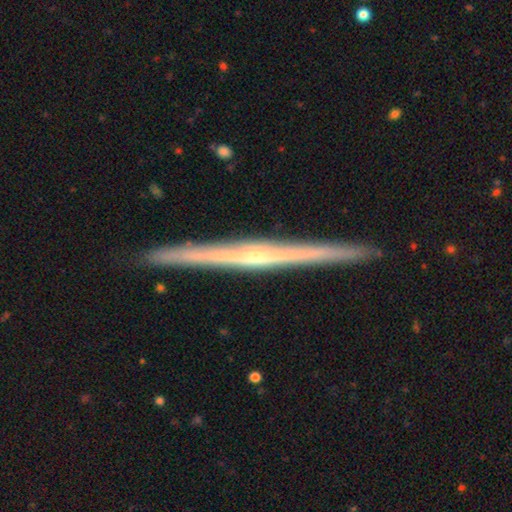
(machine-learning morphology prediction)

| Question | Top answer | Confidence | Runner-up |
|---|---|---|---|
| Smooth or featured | featured or disk | 83% | smooth (12%) |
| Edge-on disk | yes | 98% | no (2%) |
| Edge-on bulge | rounded | 53% | none (40%) |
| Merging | none | 93% | minor disturbance (5%) |